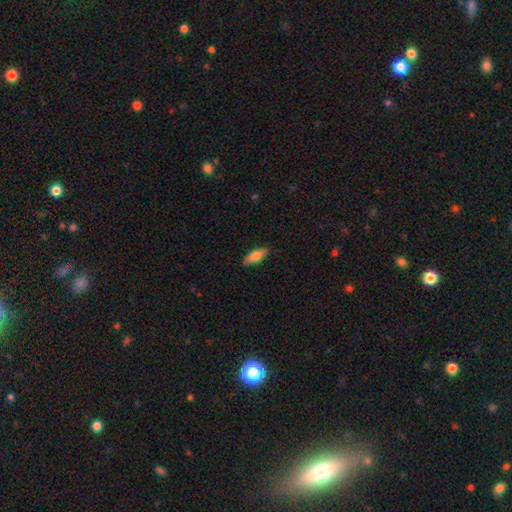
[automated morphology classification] type=smooth (80%); roundness=in between (76%); merging=none (86%).